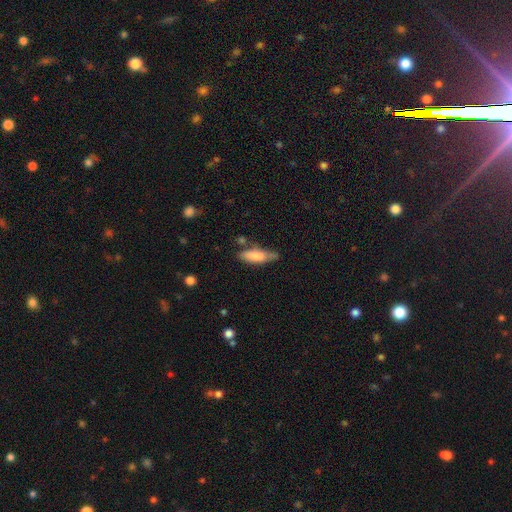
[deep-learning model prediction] smooth_or_featured: smooth (p=0.76) [alt: featured or disk p=0.18]
how_rounded: in between (p=0.51) [alt: cigar-shaped p=0.47]
merging: none (p=0.61) [alt: minor disturbance p=0.27]